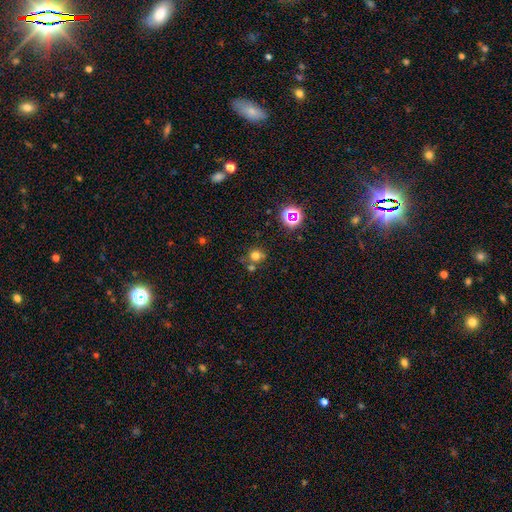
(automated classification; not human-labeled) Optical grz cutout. It shows a smooth galaxy with no disk features (70%) that is round (87%). Merging: none (63%).